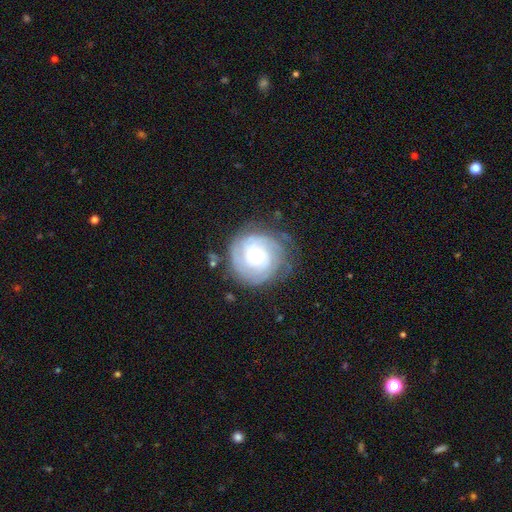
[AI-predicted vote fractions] Smooth or featured? Predicted: featured or disk (p=0.79). Edge-on disk? Predicted: no (p=0.98). Bar? Predicted: no (p=0.78). Spiral arms? Predicted: yes (p=0.94). Spiral winding? Predicted: tight (p=0.78). Spiral arm count? Predicted: can't tell (p=0.39). Bulge size? Predicted: small (p=0.58). Merging? Predicted: none (p=0.74).